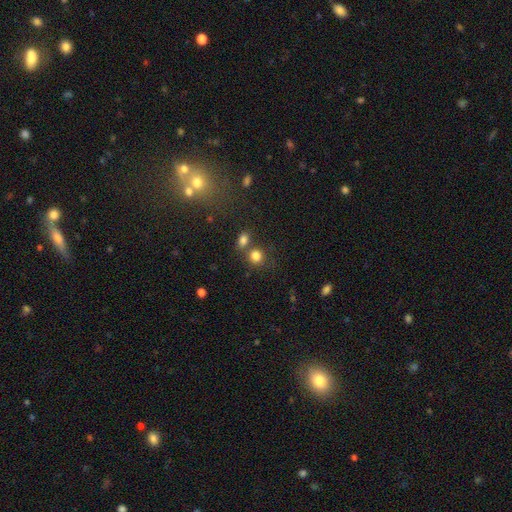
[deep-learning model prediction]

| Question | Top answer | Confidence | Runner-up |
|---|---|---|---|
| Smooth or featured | smooth | 81% | star or artifact (12%) |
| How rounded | round | 78% | in between (21%) |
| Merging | none | 58% | merger (29%) |